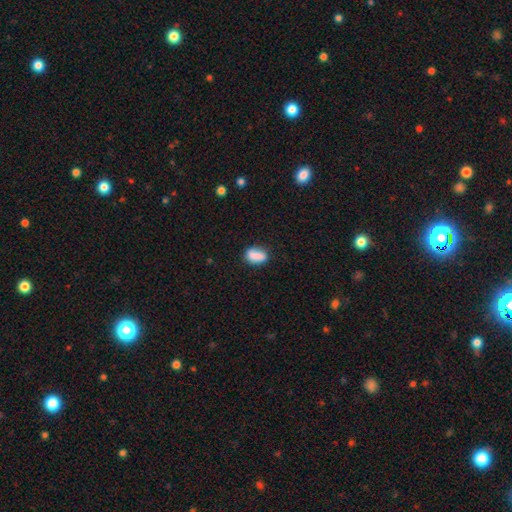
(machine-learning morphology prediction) Smooth or featured? Predicted: smooth (p=0.85). How rounded? Predicted: in between (p=0.82). Merging? Predicted: none (p=0.74).